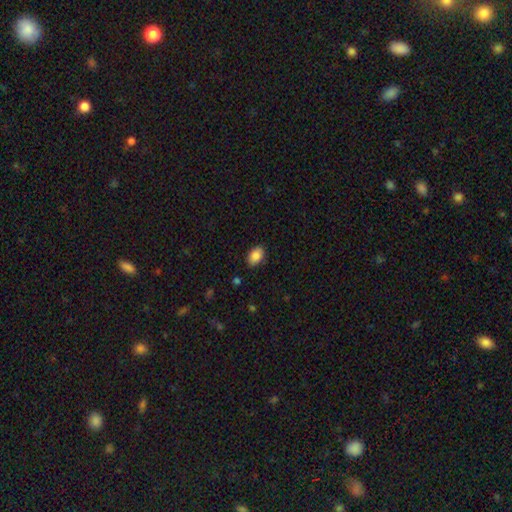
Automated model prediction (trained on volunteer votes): This appears to be a smooth galaxy with no disk features (87%) that is in between round and cigar-shaped (89%). Merging: none (86%).